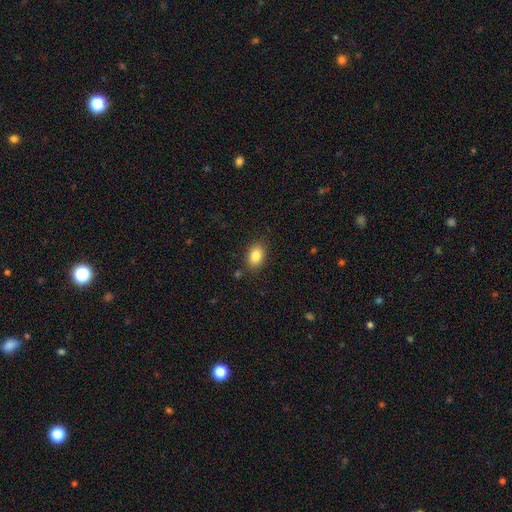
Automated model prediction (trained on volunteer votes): smooth-or-featured: smooth: 84% | star or artifact: 9% | featured or disk: 7%
  how-rounded: in between: 80% | round: 19% | cigar-shaped: 1%
  merging: none: 85% | minor disturbance: 10% | major disturbance: 3% | merger: 2%